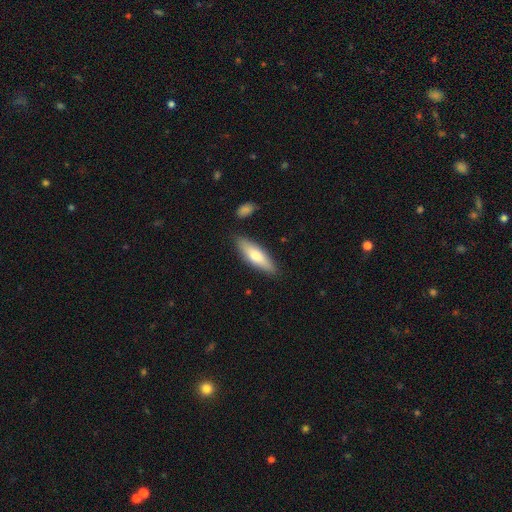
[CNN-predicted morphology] Q: Smooth or featured?
A: smooth (69%); runner-up: featured or disk (26%)
Q: How rounded?
A: cigar-shaped (58%); runner-up: in between (40%)
Q: Merging?
A: none (83%); runner-up: minor disturbance (11%)